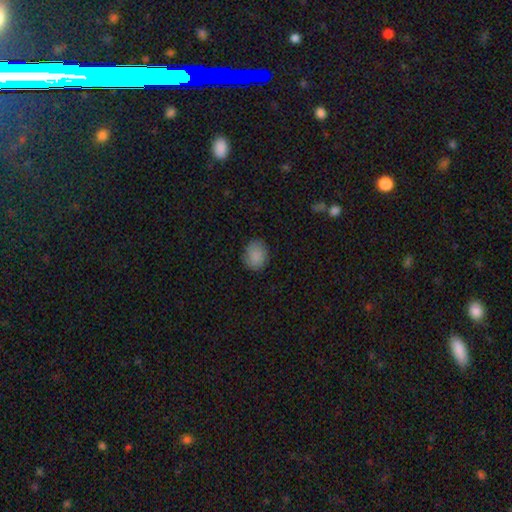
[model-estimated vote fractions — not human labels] A smooth galaxy with no disk features (87%) that is round (64%).

Vote fractions:
- Smooth or featured? smooth: 87% / star or artifact: 8% / featured or disk: 6%
- How rounded? round: 64% / in between: 35% / cigar-shaped: 1%
- Merging? none: 83% / minor disturbance: 13% / major disturbance: 3% / merger: 1%